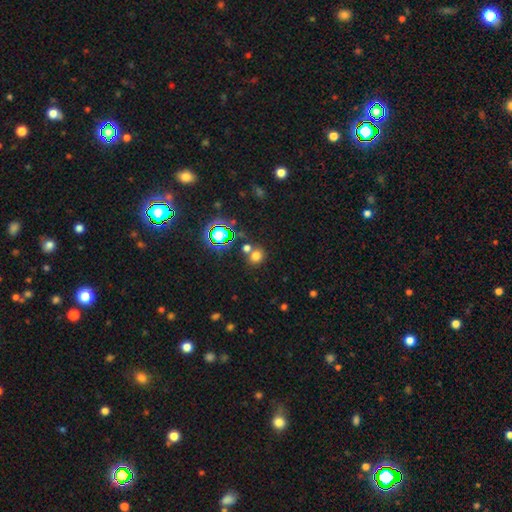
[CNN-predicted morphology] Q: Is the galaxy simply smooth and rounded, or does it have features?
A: smooth — 68%.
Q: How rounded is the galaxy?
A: round — 83%.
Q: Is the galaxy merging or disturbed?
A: none — 64%.